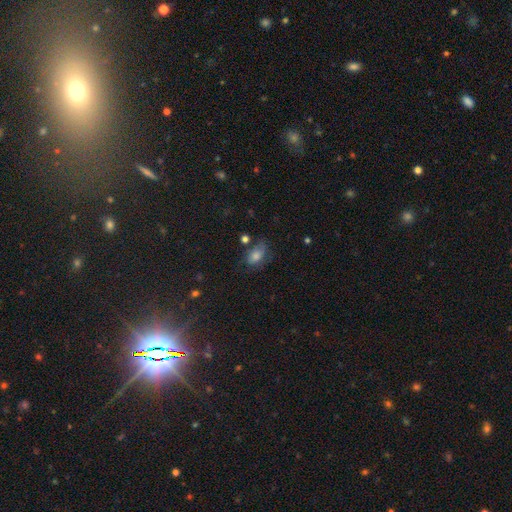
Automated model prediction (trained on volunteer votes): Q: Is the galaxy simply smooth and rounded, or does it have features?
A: smooth — 67%.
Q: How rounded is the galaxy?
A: in between — 83%.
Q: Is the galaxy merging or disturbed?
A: none — 52%.